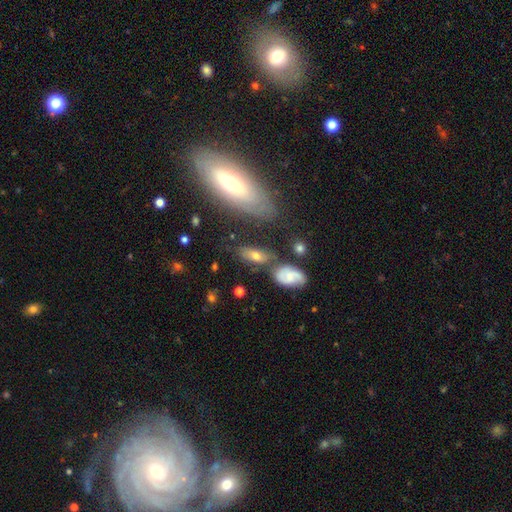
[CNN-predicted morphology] This is possibly a smooth galaxy (57%). How rounded: clearly in between (82%). Merging: likely none (60%).